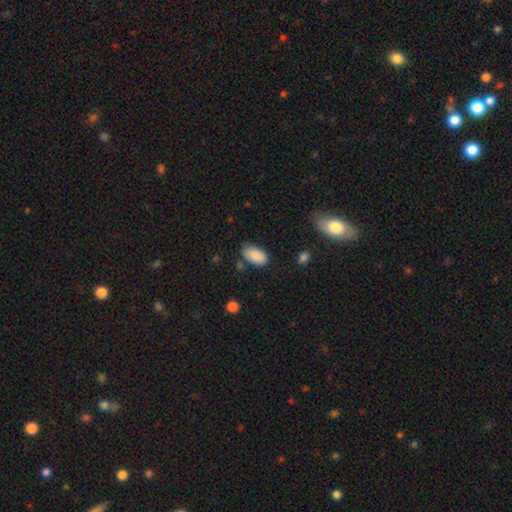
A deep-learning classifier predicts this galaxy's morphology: The model was most divided on "merging": none: 71%, minor disturbance: 20%, merger: 4%, major disturbance: 4%. More confident: how rounded — in between (95%); smooth or featured — smooth (86%).